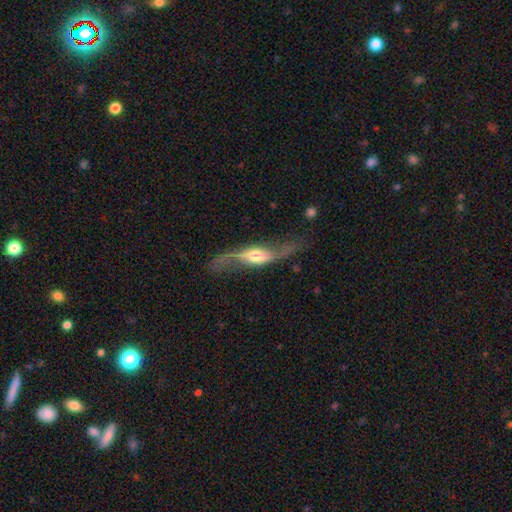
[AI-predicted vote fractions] Smooth or featured: featured or disk — 84% (smooth — 11%)
Edge-on disk: no — 71% (yes — 29%)
Bar: no — 45% (weak — 34%)
Spiral arms: yes — 93% (no — 7%)
Spiral winding: loose — 89% (medium — 8%)
Spiral arm count: 2 — 92% (1 — 3%)
Bulge size: moderate — 60% (large — 18%)
Merging: none — 65% (minor disturbance — 18%)